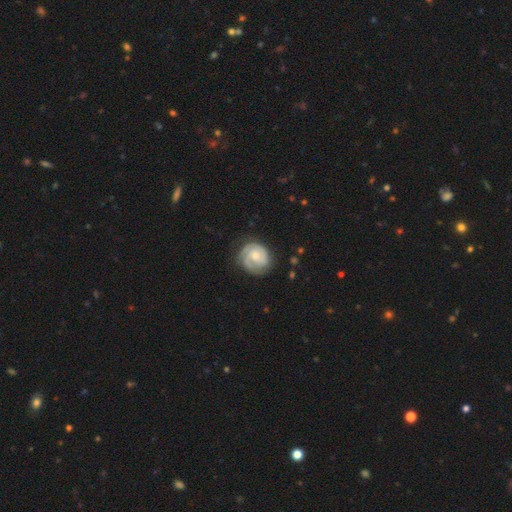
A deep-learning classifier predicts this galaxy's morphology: A featured or disk galaxy (74%) with no bar (71%), 2 (42%) tight (64%) spiral arms (93%) and a moderate central bulge (48%).

Vote fractions:
- Smooth or featured? featured or disk: 74% / smooth: 20% / star or artifact: 6%
- Edge-on disk? no: 98% / yes: 2%
- Bar? no: 71% / weak: 25% / strong: 4%
- Spiral arms? yes: 93% / no: 7%
- Spiral winding? tight: 64% / medium: 28% / loose: 8%
- Spiral arm count? 2: 42% / can't tell: 21% / 3: 20% / 1: 11% / 4: 3% / more than 4: 3%
- Bulge size? moderate: 48% / small: 41% / none: 5% / large: 5% / dominant: 1%
- Merging? none: 70% / minor disturbance: 21% / major disturbance: 8% / merger: 1%